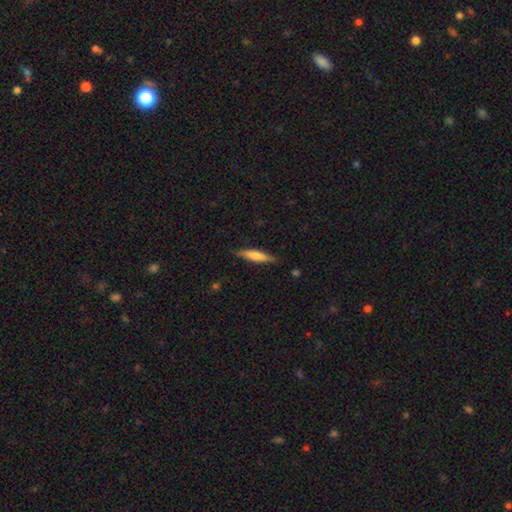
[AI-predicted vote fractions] This is likely a smooth galaxy (70%). How rounded: likely cigar-shaped (78%). Merging: clearly none (83%).